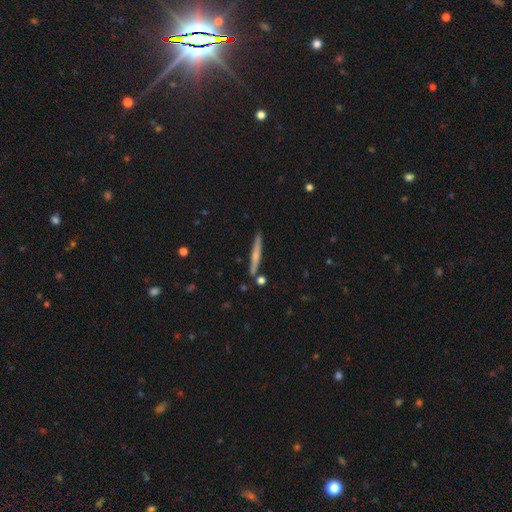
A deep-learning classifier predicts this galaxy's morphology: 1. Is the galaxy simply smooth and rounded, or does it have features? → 50% smooth, 44% featured or disk, 6% star or artifact.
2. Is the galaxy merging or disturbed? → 86% none, 8% minor disturbance, 4% merger, 2% major disturbance.